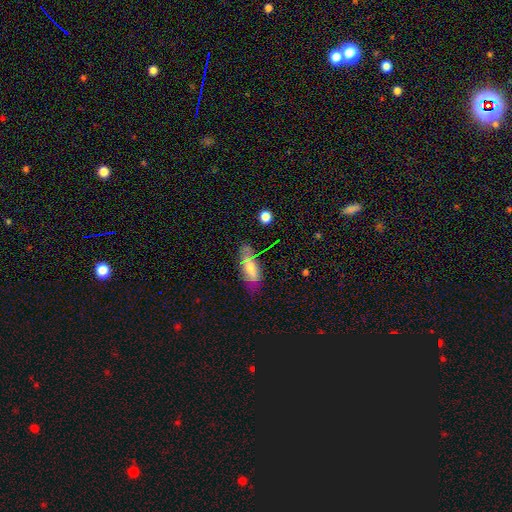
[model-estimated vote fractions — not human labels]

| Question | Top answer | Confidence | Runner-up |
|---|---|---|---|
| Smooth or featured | smooth | 61% | featured or disk (26%) |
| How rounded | in between | 74% | cigar-shaped (21%) |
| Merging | none | 67% | minor disturbance (21%) |